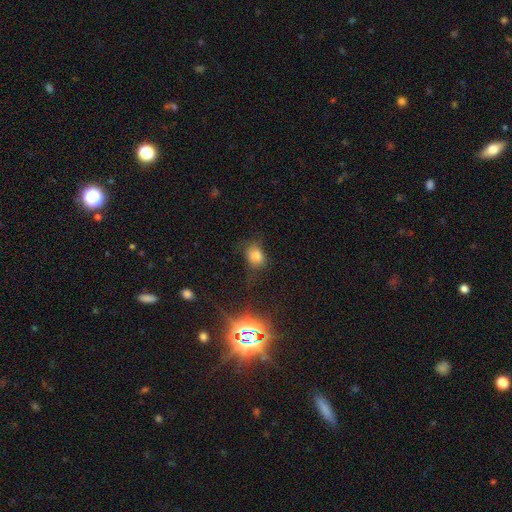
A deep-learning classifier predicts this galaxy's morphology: This appears to be a smooth galaxy with no disk features (71%) that is in between round and cigar-shaped (57%). Merging: none (59%).